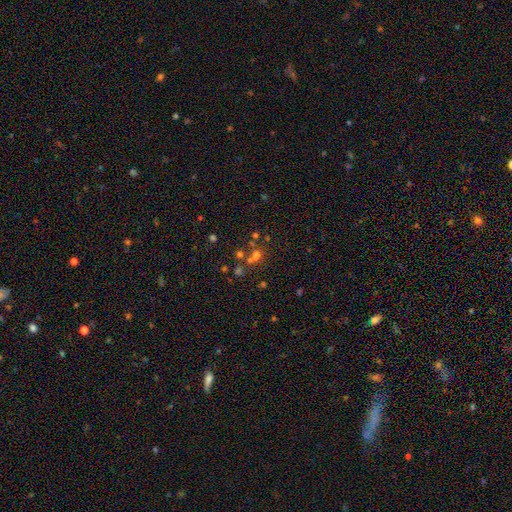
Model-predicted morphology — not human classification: Overall: smooth (45%; star or artifact 39%). Merging: none (52%; merger 32%).